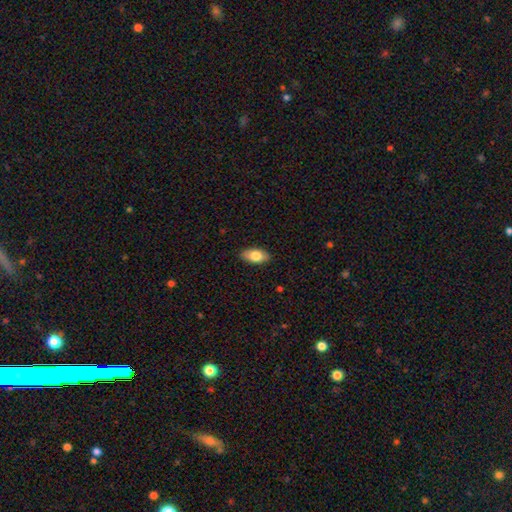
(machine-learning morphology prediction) Smooth or featured? smooth (79%)
How rounded? in between (92%)
Merging? none (88%)